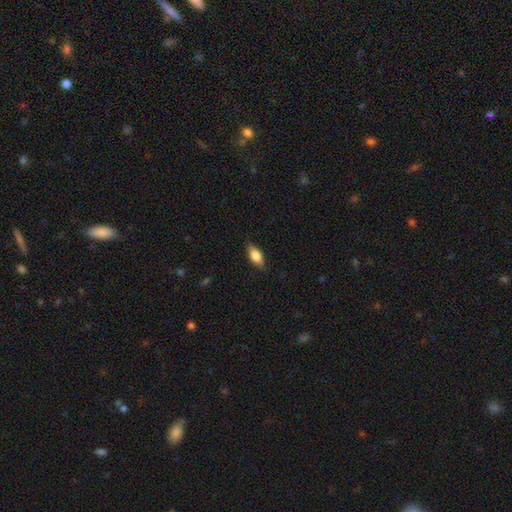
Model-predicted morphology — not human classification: Overall: smooth (78%). How rounded: in between (82%). Merging: none (83%).